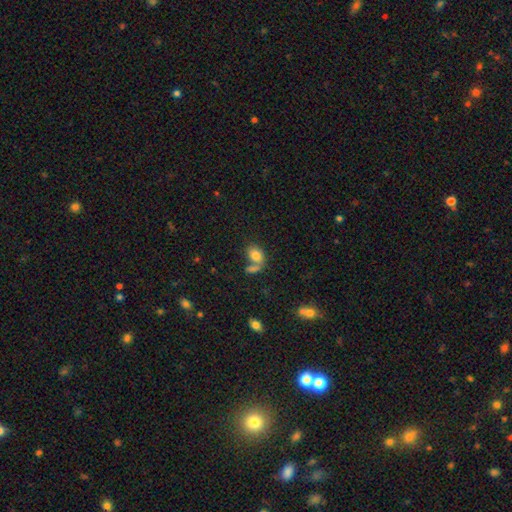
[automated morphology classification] Smooth or featured? smooth (79%)
How rounded? in between (78%)
Merging? merger (41%)